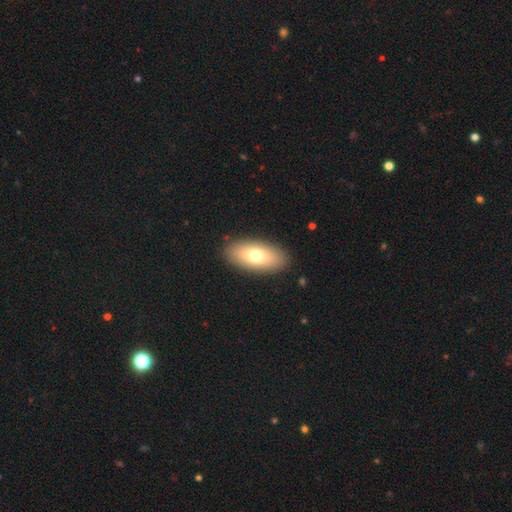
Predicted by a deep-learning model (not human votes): Q: Smooth or featured?
A: smooth (71%); runner-up: featured or disk (21%)
Q: How rounded?
A: in between (89%); runner-up: cigar-shaped (7%)
Q: Merging?
A: none (89%); runner-up: minor disturbance (7%)